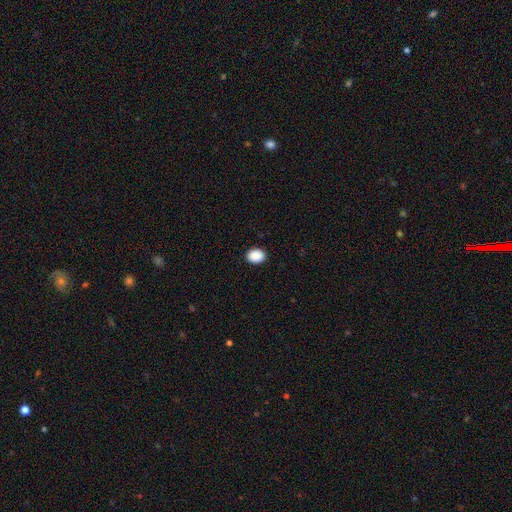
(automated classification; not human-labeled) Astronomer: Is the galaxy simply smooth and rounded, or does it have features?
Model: smooth — 90%.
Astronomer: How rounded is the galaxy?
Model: in between — 61% (runner-up: round, 38%).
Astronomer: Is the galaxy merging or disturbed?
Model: none — 91%.